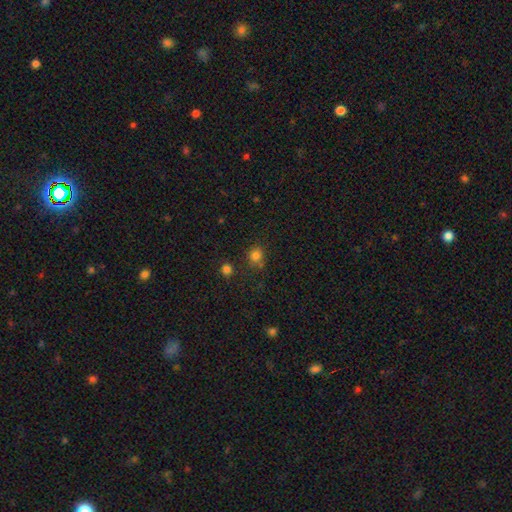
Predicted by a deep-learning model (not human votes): Smooth or featured?
  - smooth: 79% *
  - star or artifact: 15%
  - featured or disk: 6%
How rounded?
  - round: 80% *
  - in between: 19%
  - cigar-shaped: 1%
Merging?
  - none: 70% *
  - minor disturbance: 15%
  - merger: 10%
  - major disturbance: 5%